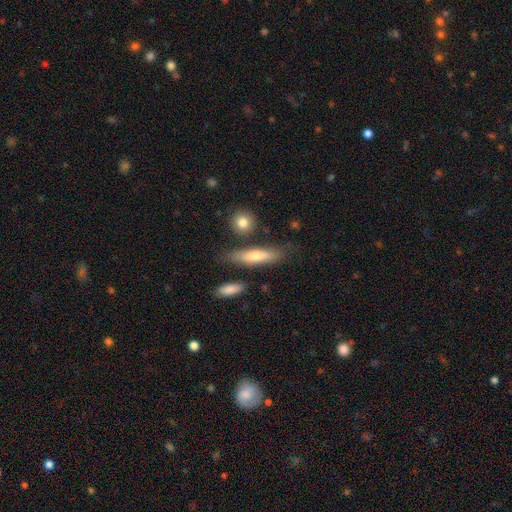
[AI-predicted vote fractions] Smooth or featured?
  - smooth: 60% *
  - featured or disk: 33%
  - star or artifact: 7%
How rounded?
  - cigar-shaped: 70% *
  - in between: 27%
  - round: 3%
Merging?
  - none: 72% *
  - minor disturbance: 16%
  - merger: 7%
  - major disturbance: 5%